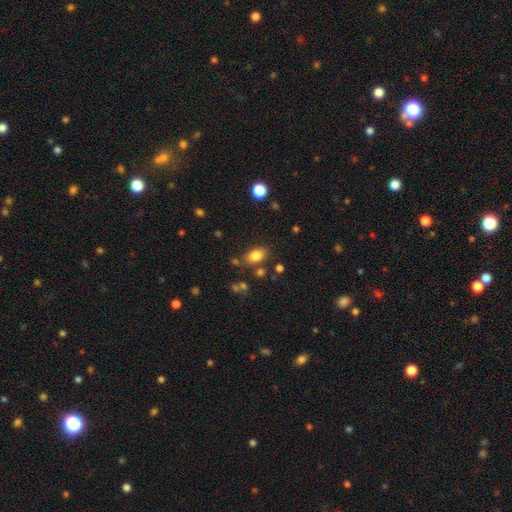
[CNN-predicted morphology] smooth_or_featured: smooth (p=0.82) [alt: star or artifact p=0.10]
how_rounded: in between (p=0.86) [alt: round p=0.12]
merging: none (p=0.77) [alt: minor disturbance p=0.13]